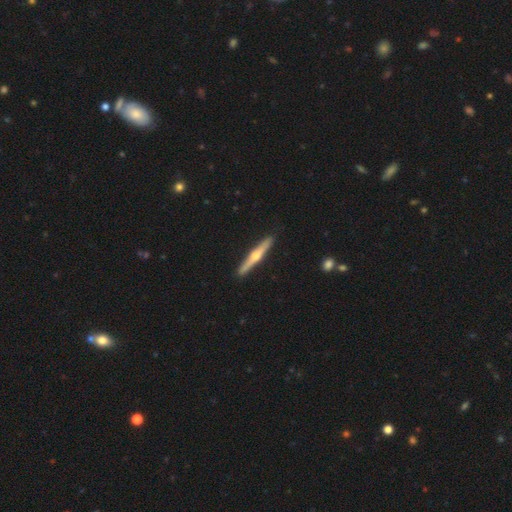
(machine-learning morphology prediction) Smooth or featured? featured or disk (69%)
Edge-on disk? yes (98%)
Edge-on bulge? rounded (92%)
Merging? none (92%)